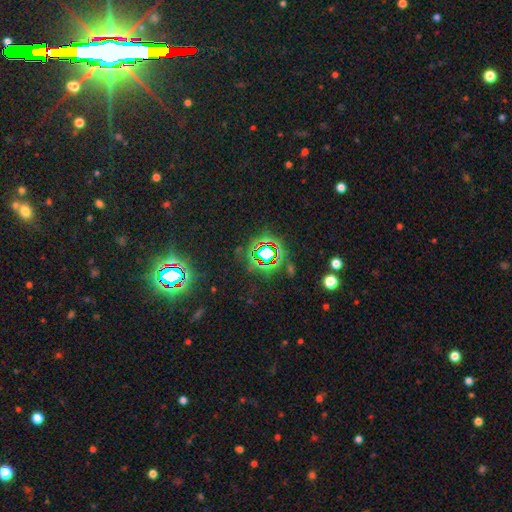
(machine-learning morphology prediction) This appears to be a star or artifact, not a galaxy (80%).